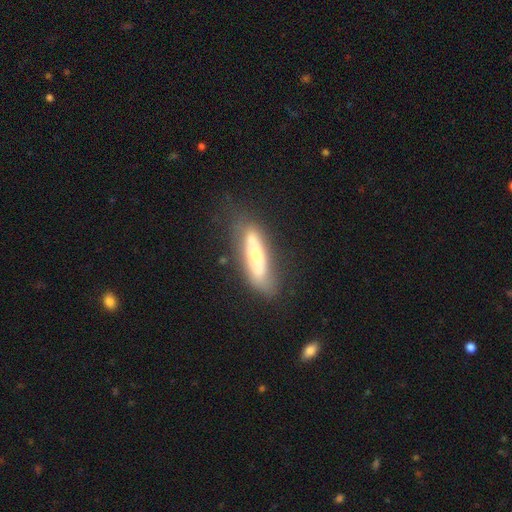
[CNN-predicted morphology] Q: Smooth or featured?
A: featured or disk (54%); runner-up: smooth (40%)
Q: Edge-on disk?
A: no (63%); runner-up: yes (37%)
Q: Merging?
A: none (66%); runner-up: minor disturbance (20%)